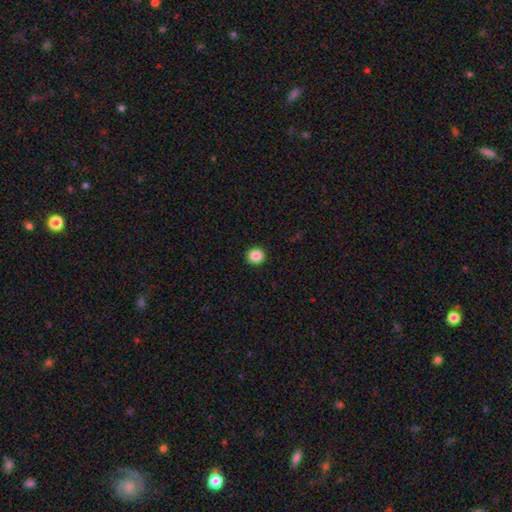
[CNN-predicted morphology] Overall: smooth (86%). How rounded: round (91%). Merging: none (93%).